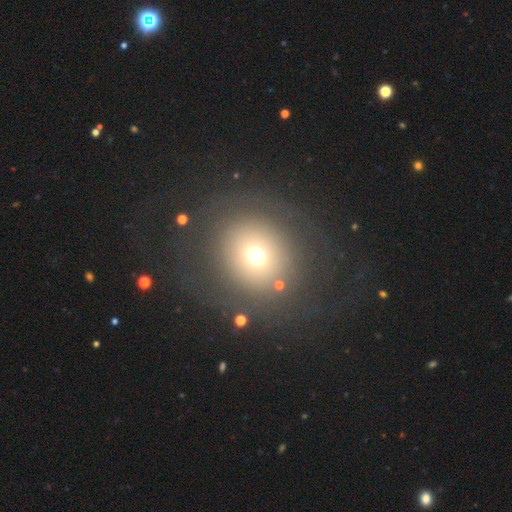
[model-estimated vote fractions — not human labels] Q: Smooth or featured?
A: smooth (65%); runner-up: star or artifact (21%)
Q: How rounded?
A: round (87%); runner-up: in between (12%)
Q: Merging?
A: none (74%); runner-up: major disturbance (12%)